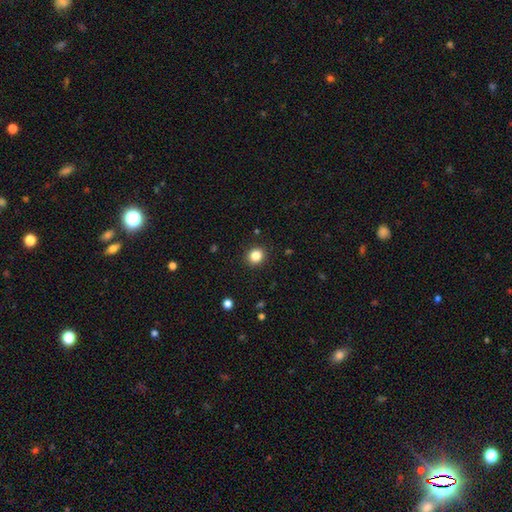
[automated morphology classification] Smooth or featured? Predicted: smooth (p=0.84). How rounded? Predicted: round (p=0.82). Merging? Predicted: none (p=0.91).